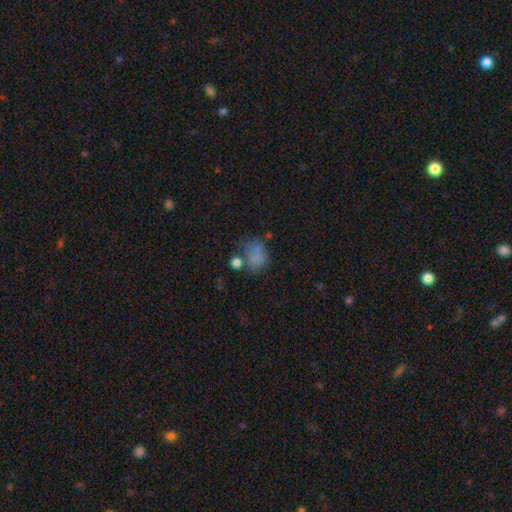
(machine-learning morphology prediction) This is likely a smooth galaxy (70%). How rounded: possibly in between (51%). Merging: marginally none (44%).